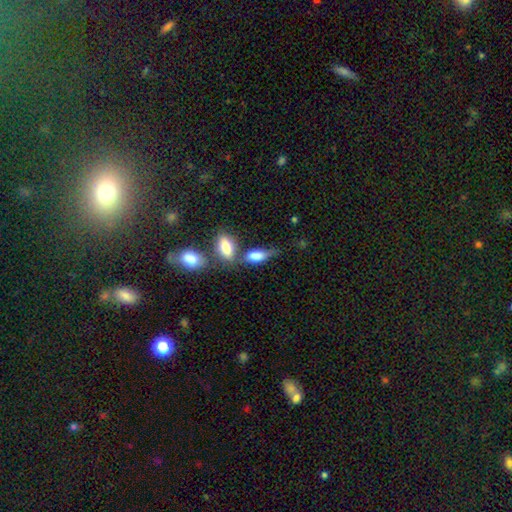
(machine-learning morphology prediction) Smooth or featured: smooth — 79% (featured or disk — 13%)
How rounded: in between — 78% (cigar-shaped — 16%)
Merging: none — 39% (merger — 29%)